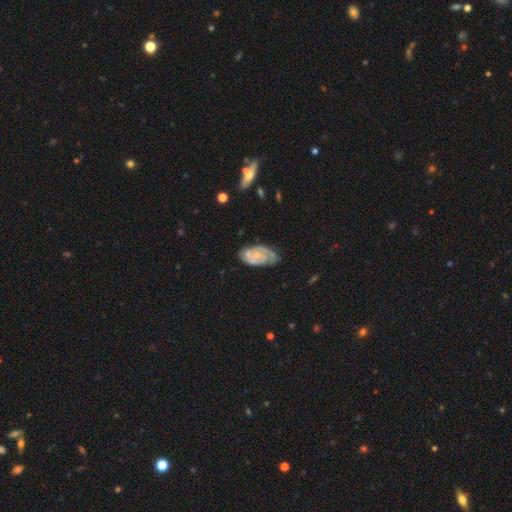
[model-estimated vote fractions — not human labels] Overall: featured or disk (73%). Edge-on disk: no (96%). Bar: no (67%; weak 28%). Spiral arms: yes (87%). Spiral arm count: 2 (48%; can't tell 28%). Spiral winding: tight (54%; medium 35%). Bulge size: small (57%; moderate 24%). Merging: none (57%; minor disturbance 29%).